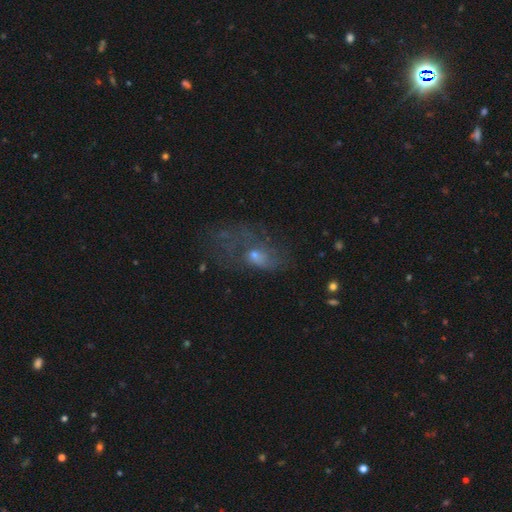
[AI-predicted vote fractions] This appears to be a featured or disk galaxy (48%). Merging: major disturbance (44%).